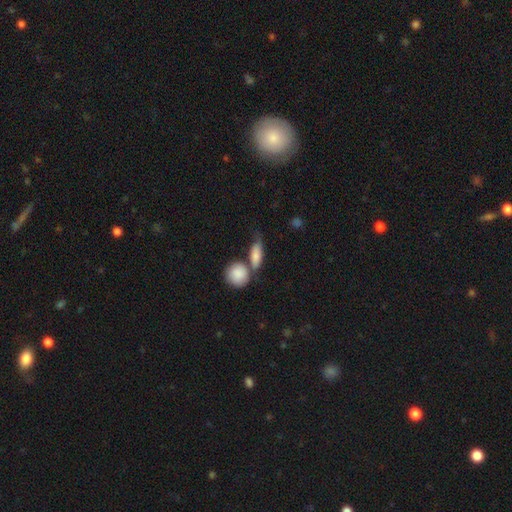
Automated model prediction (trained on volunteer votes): smooth 79%, featured or disk 15%, star or artifact 6%. Down the decision tree: how rounded — in between (65%); merging — none (43%).